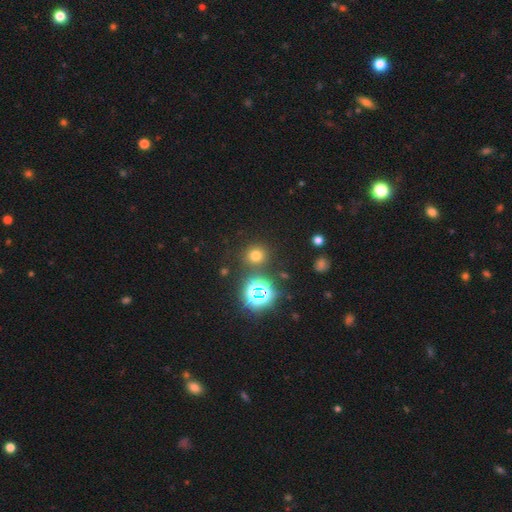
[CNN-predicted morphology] This appears to be a smooth galaxy with no disk features (64%) that is round (90%). Merging: none (85%).